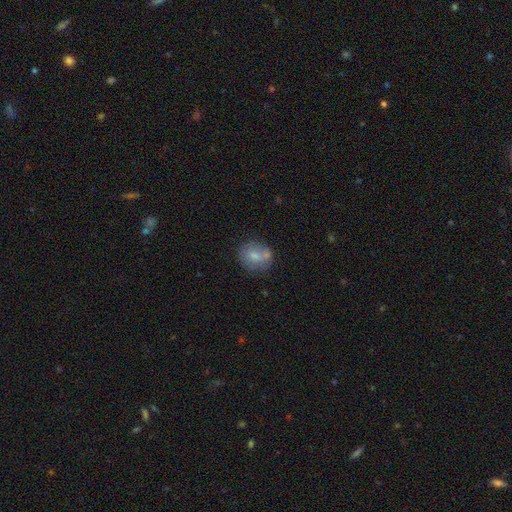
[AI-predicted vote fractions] Smooth or featured?
  - smooth: 67% *
  - featured or disk: 24%
  - star or artifact: 9%
How rounded?
  - round: 67% *
  - in between: 32%
  - cigar-shaped: 1%
Merging?
  - none: 56% *
  - merger: 20%
  - minor disturbance: 18%
  - major disturbance: 6%